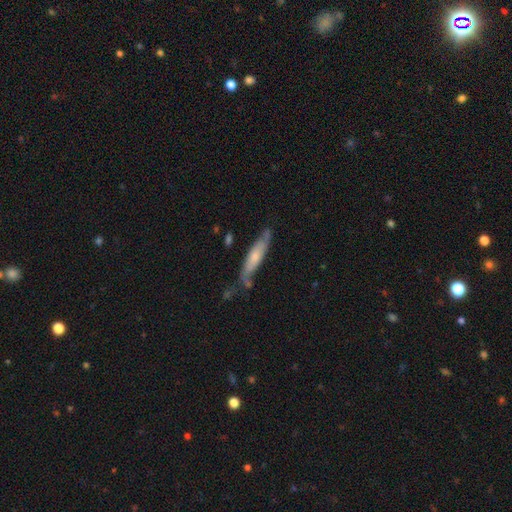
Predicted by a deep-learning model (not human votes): Smooth or featured? Predicted: featured or disk (p=0.54). Edge-on disk? Predicted: yes (p=0.59). Merging? Predicted: none (p=0.65).